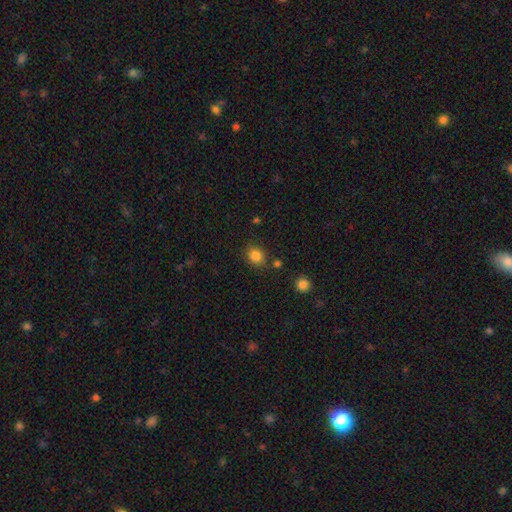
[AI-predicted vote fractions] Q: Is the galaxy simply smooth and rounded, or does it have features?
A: smooth — 84%.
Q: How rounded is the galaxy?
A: round — 67%.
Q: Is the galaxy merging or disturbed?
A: none — 79%.